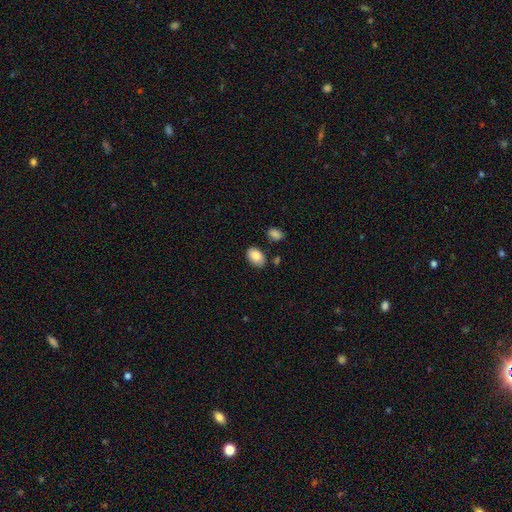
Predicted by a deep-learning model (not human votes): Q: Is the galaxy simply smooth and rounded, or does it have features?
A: smooth — 85%.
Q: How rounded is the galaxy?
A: in between — 88%.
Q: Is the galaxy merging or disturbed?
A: none — 80%.